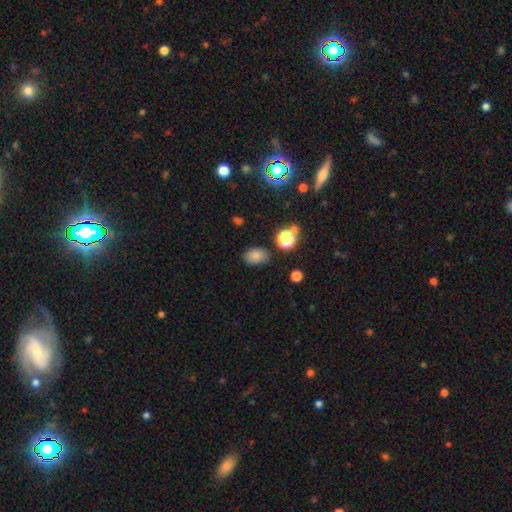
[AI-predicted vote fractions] Smooth or featured? Predicted: smooth (p=0.81). How rounded? Predicted: in between (p=0.80). Merging? Predicted: none (p=0.82).